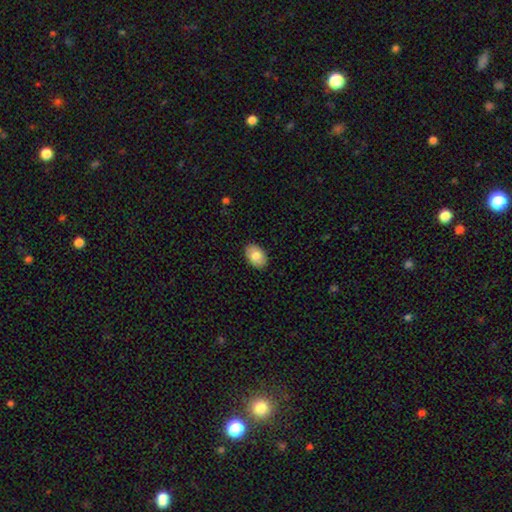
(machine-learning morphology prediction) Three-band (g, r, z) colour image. It shows a smooth galaxy with no disk features (83%) that is in between round and cigar-shaped (86%). Merging: none (89%).